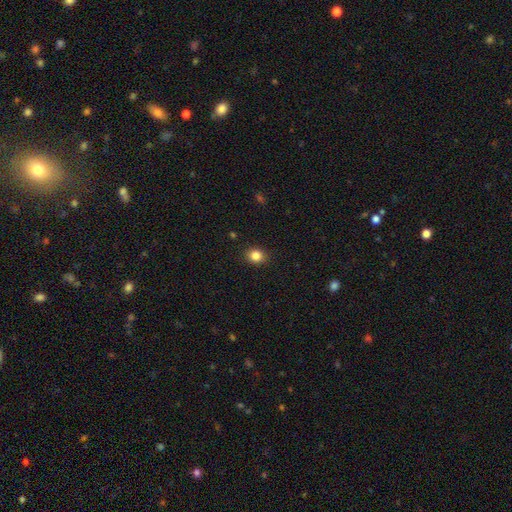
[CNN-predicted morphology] Overall: smooth (85%). How rounded: round (60%; in between 39%). Merging: none (89%).